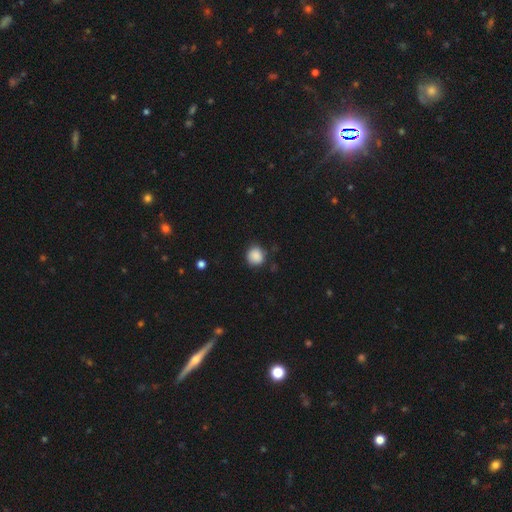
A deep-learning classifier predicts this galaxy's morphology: Smooth or featured? smooth (88%)
How rounded? round (87%)
Merging? none (81%)